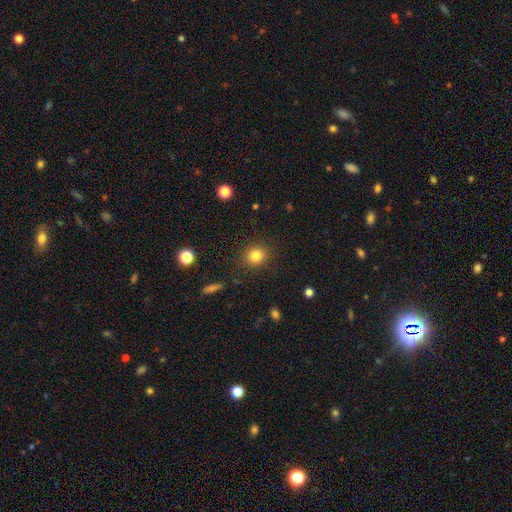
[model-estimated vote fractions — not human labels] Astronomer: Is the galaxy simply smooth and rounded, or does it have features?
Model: smooth — 83%.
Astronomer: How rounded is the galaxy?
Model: round — 82%.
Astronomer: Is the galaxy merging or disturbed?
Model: none — 89%.